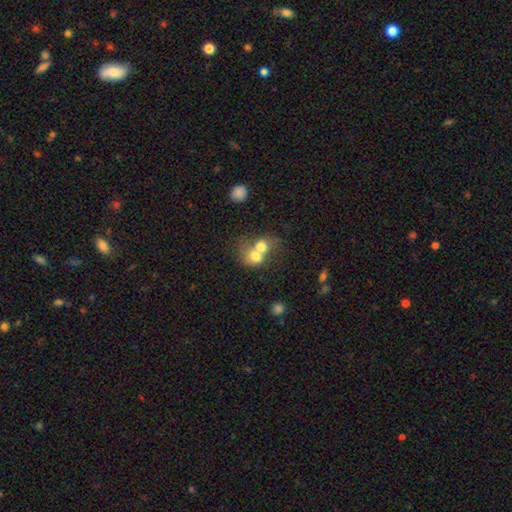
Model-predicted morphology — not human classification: smooth 70%, featured or disk 21%, star or artifact 10%. Down the decision tree: how rounded — round (61%); merging — merger (74%).